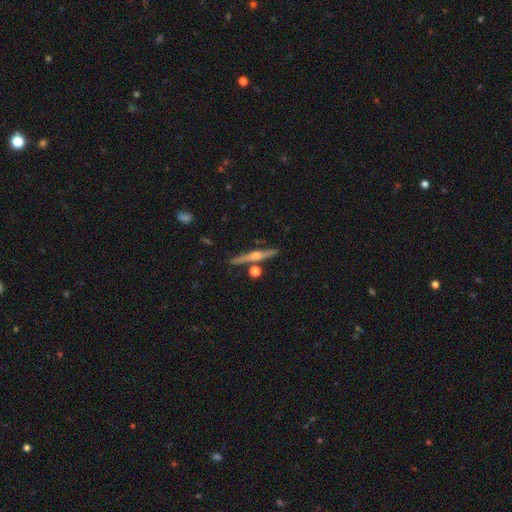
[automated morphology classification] smooth_or_featured: featured or disk (p=0.76) [alt: smooth p=0.18]
disk_edge_on: yes (p=0.98) [alt: no p=0.02]
edge_on_bulge: rounded (p=0.88) [alt: boxy p=0.06]
merging: none (p=0.86) [alt: minor disturbance p=0.07]